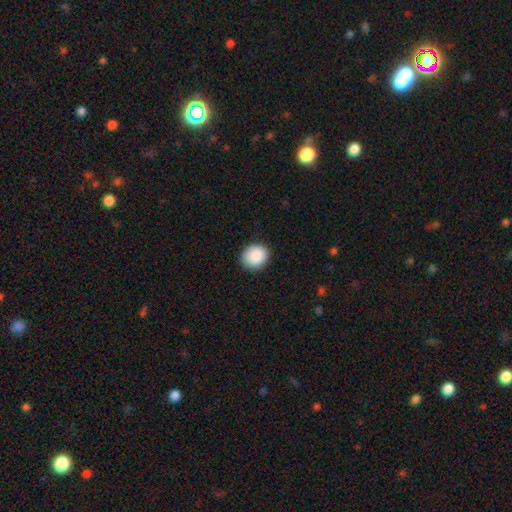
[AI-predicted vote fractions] This appears to be a smooth galaxy with no disk features (89%) that is round (71%). Merging: none (89%).